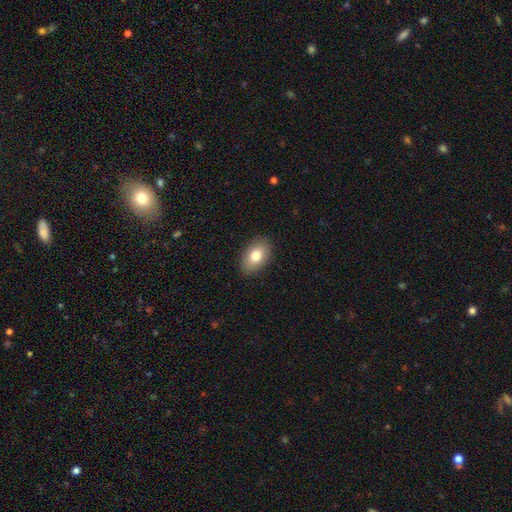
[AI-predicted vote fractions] smooth-or-featured: smooth: 79% | featured or disk: 14% | star or artifact: 7%
  how-rounded: in between: 90% | round: 8% | cigar-shaped: 1%
  merging: none: 88% | minor disturbance: 8% | major disturbance: 2% | merger: 1%